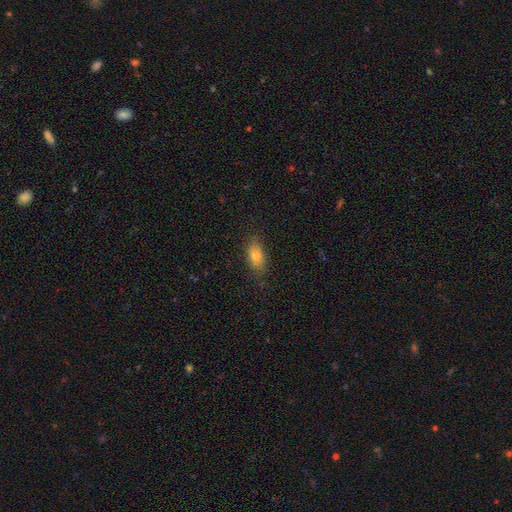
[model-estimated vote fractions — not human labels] This is likely a smooth galaxy (78%). How rounded: clearly in between (84%). Merging: clearly none (81%).